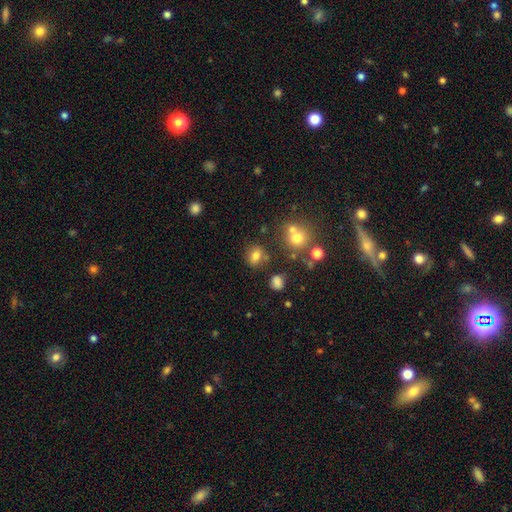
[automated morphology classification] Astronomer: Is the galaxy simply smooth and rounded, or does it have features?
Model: smooth — 74%.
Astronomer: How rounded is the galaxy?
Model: round — 55% (runner-up: in between, 44%).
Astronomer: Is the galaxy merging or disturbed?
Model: none — 73%.